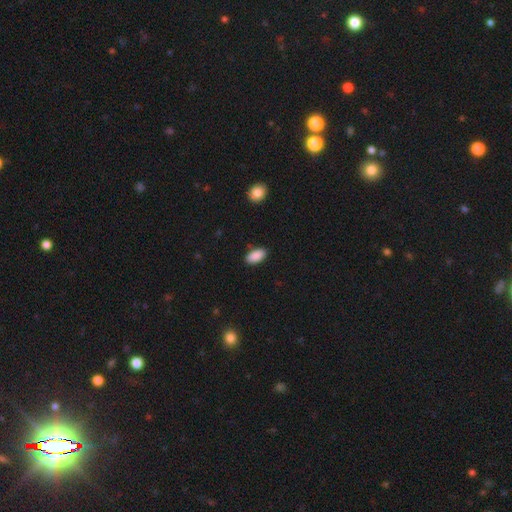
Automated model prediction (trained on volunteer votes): smooth 90%, star or artifact 7%, featured or disk 3%. Down the decision tree: how rounded — in between (94%); merging — none (87%).